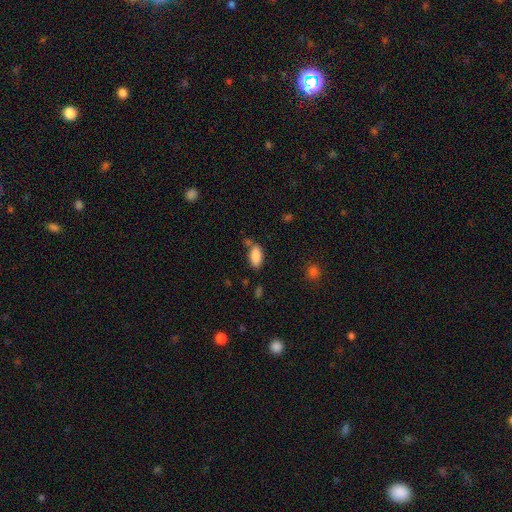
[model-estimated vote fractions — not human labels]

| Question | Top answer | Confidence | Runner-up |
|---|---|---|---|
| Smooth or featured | smooth | 86% | star or artifact (8%) |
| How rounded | in between | 91% | cigar-shaped (7%) |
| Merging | none | 66% | minor disturbance (19%) |